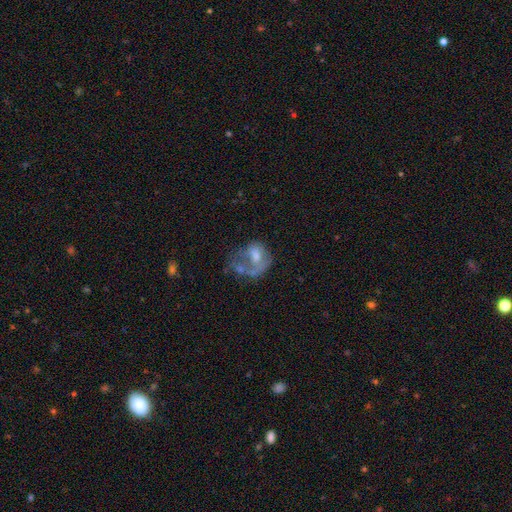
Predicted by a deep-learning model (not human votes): featured or disk 54%, smooth 34%, star or artifact 11%. Down the decision tree: edge-on disk — no (97%); bar — no (78%); spiral arms — no (68%); bulge size — moderate (47%); merging — major disturbance (42%).